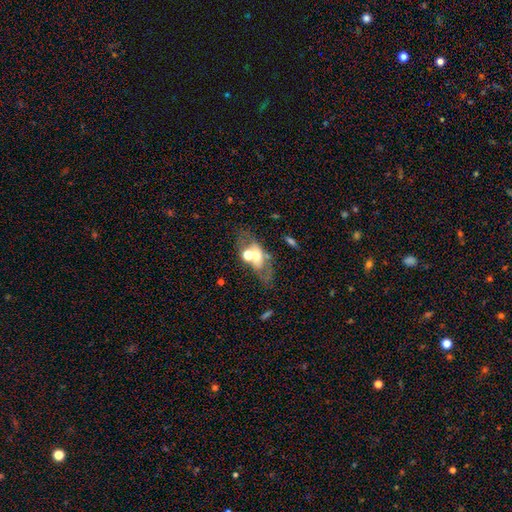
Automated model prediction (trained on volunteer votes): A featured or disk galaxy (50%).

Vote fractions:
- Smooth or featured? featured or disk: 50% / smooth: 38% / star or artifact: 12%
- Edge-on disk? no: 83% / yes: 17%
- Merging? none: 43% / merger: 28% / minor disturbance: 16% / major disturbance: 13%